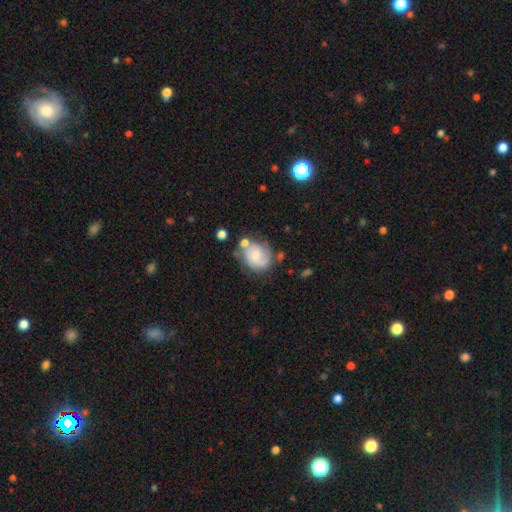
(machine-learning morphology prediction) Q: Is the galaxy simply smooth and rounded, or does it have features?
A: featured or disk — 61%.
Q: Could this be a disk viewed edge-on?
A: no — 98%.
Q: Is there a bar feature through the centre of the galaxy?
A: no — 63%.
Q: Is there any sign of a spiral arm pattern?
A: yes — 85%.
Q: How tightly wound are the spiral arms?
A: tight — 41%, tied with medium.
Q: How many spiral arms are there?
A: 2 — 63%.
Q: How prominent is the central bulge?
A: moderate — 48%.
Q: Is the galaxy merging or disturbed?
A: none — 54%.